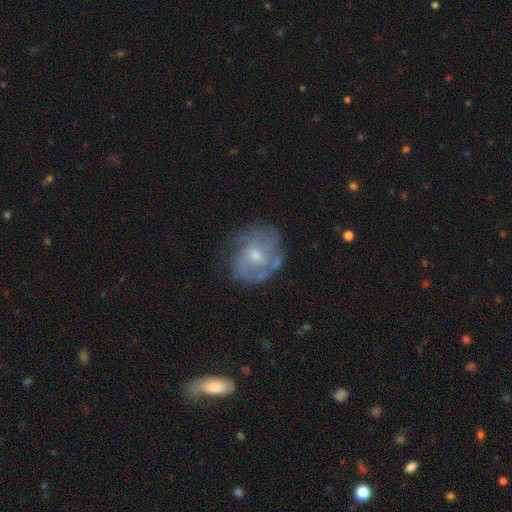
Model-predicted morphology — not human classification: Smooth or featured? Predicted: featured or disk (p=0.66). Edge-on disk? Predicted: no (p=0.98). Bar? Predicted: no (p=0.53). Spiral arms? Predicted: yes (p=0.71). Bulge size? Predicted: small (p=0.55). Merging? Predicted: none (p=0.58).